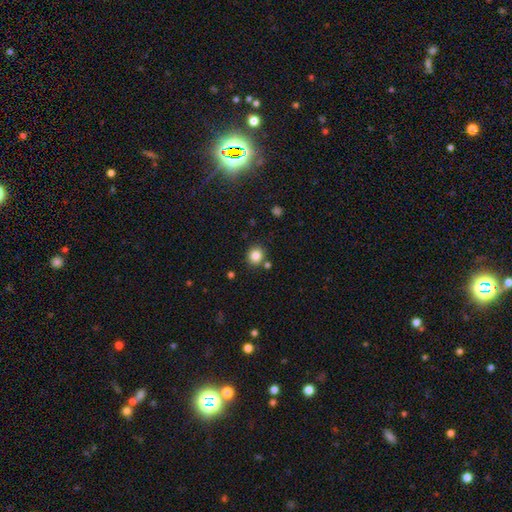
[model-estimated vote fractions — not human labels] This is clearly a smooth galaxy (84%). How rounded: clearly round (85%). Merging: clearly none (82%).